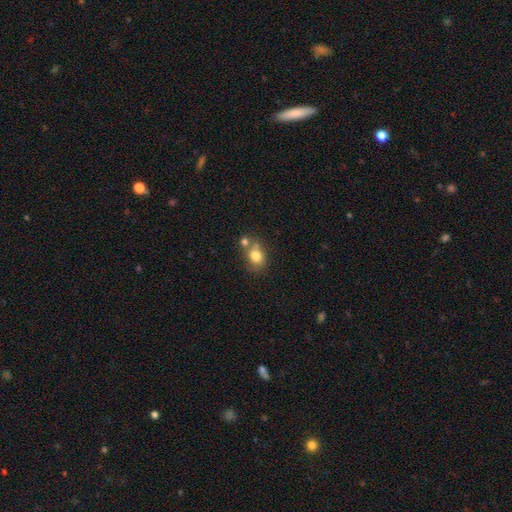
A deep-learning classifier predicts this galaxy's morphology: Smooth or featured? smooth (78%)
How rounded? in between (50%)
Merging? none (50%)